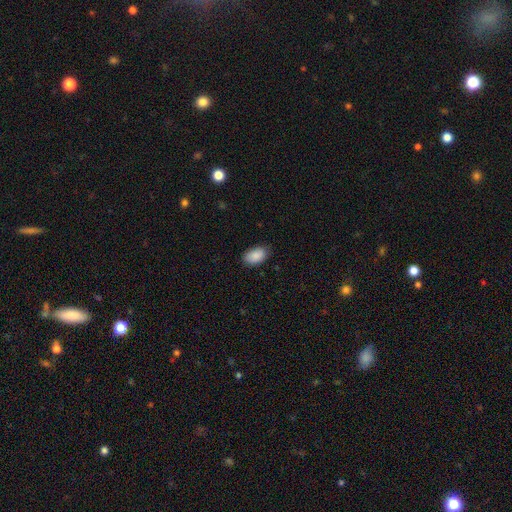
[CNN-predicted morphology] This is clearly a smooth galaxy (89%). How rounded: clearly in between (93%). Merging: clearly none (82%).